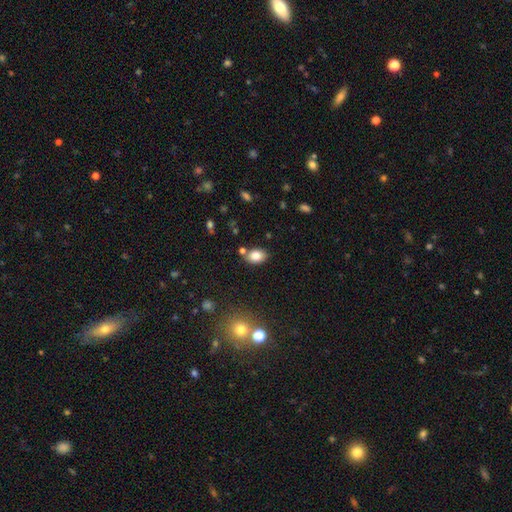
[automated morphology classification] smooth_or_featured: smooth (p=0.80) [alt: featured or disk p=0.10]
how_rounded: in between (p=0.77) [alt: round p=0.22]
merging: none (p=0.76) [alt: minor disturbance p=0.12]